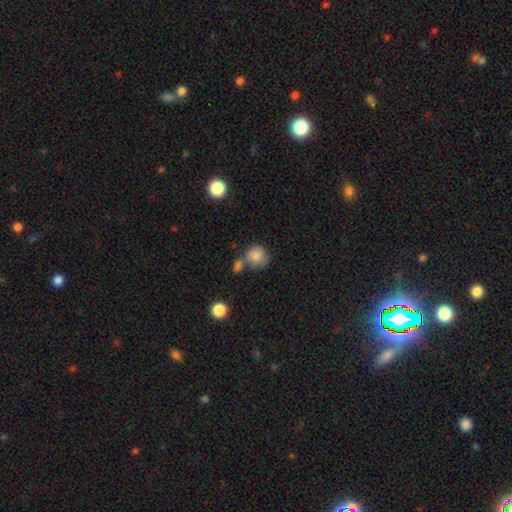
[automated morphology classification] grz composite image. It shows a smooth galaxy with no disk features (83%) that is round (84%). Merging: none (50%).